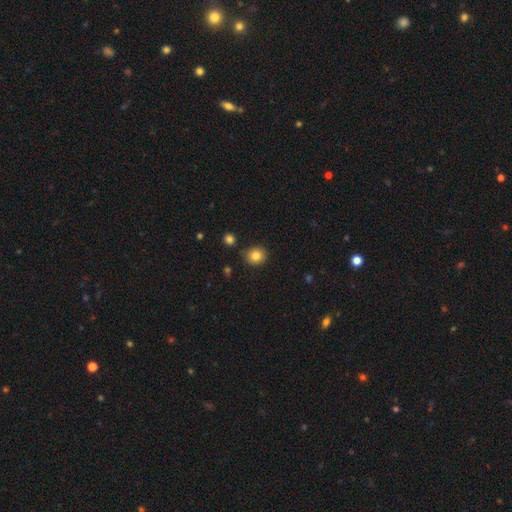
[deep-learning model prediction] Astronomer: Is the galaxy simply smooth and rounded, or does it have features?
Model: smooth — 83%.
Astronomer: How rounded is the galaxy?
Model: round — 85%.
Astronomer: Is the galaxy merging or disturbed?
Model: none — 86%.